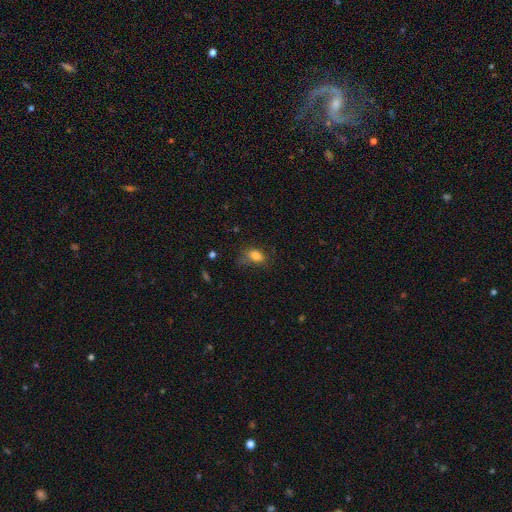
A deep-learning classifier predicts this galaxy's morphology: A smooth galaxy with no disk features (82%) that is in between round and cigar-shaped (81%). Merging: none (56%).